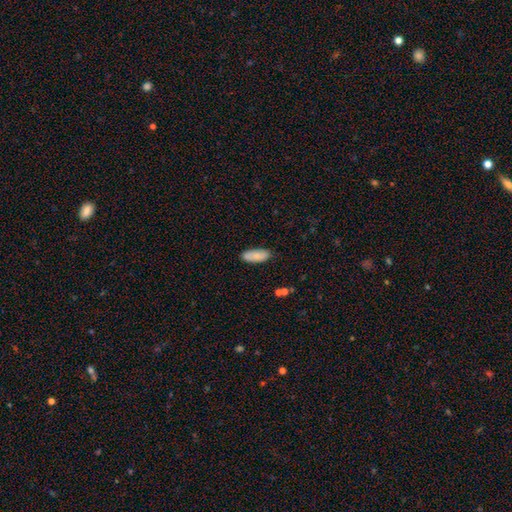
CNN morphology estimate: This appears to be a smooth galaxy with no disk features (83%) that is in between round and cigar-shaped (83%). Merging: none (84%).